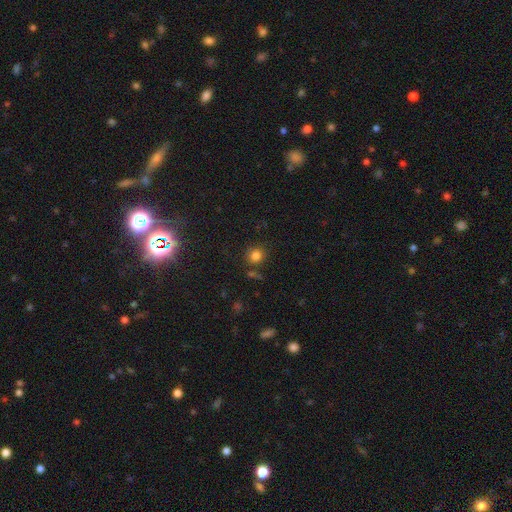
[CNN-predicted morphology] Smooth or featured? smooth (81%)
How rounded? round (86%)
Merging? none (79%)